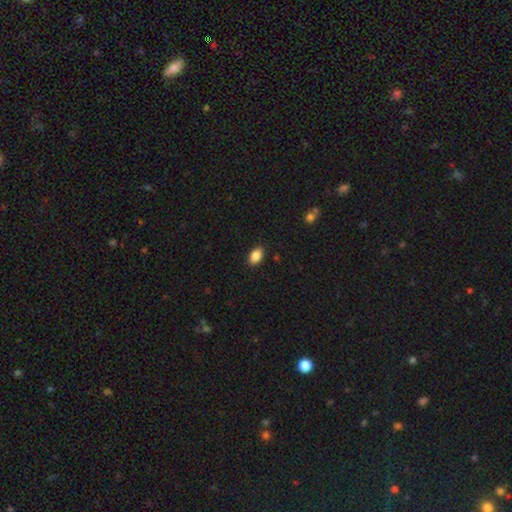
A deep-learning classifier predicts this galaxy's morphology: Overall: smooth (88%). How rounded: in between (89%). Merging: none (88%).